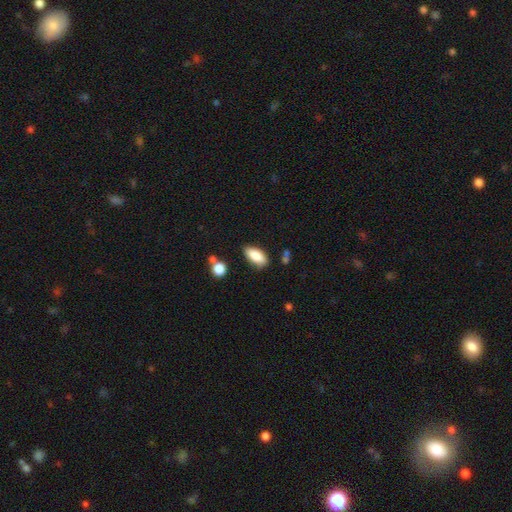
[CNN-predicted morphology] Q: Smooth or featured?
A: smooth (87%); runner-up: star or artifact (7%)
Q: How rounded?
A: in between (89%); runner-up: cigar-shaped (8%)
Q: Merging?
A: none (78%); runner-up: minor disturbance (15%)